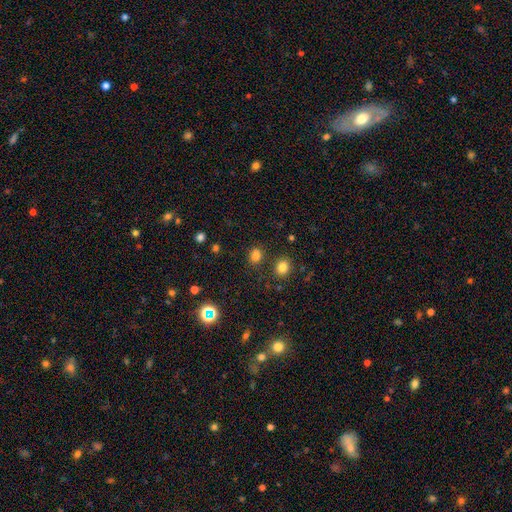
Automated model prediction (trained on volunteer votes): Smooth or featured? smooth (77%)
How rounded? round (57%)
Merging? none (72%)